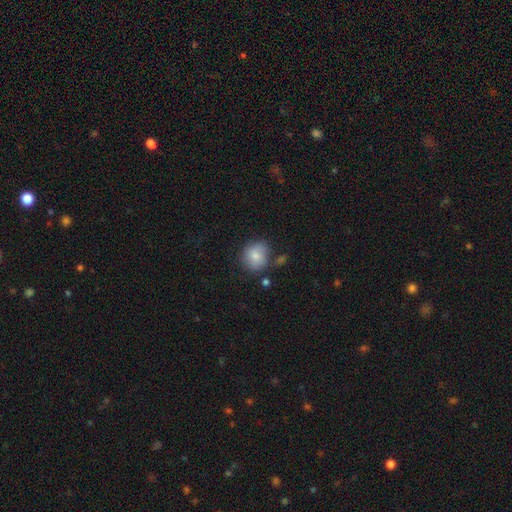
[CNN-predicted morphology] This is clearly a smooth galaxy (82%). How rounded: clearly round (81%). Merging: likely none (68%).